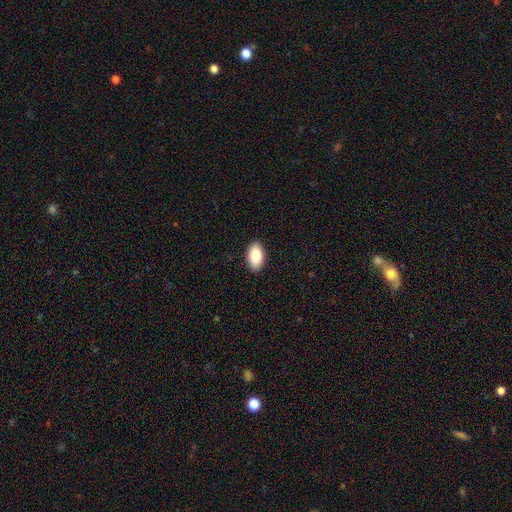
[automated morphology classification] The model was most divided on "smooth or featured": smooth: 88%, star or artifact: 7%, featured or disk: 6%. More confident: how rounded — in between (95%); merging — none (90%).